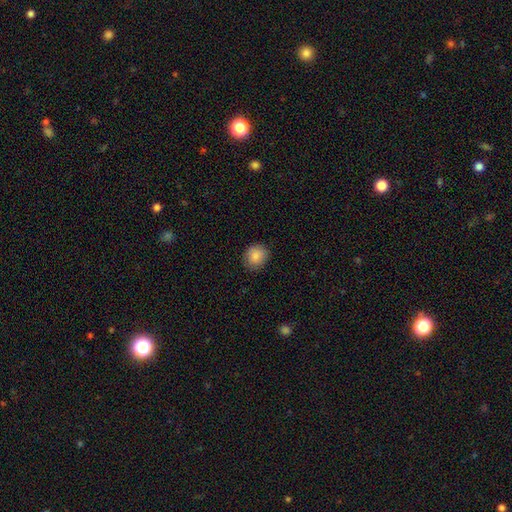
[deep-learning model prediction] smooth 87%, star or artifact 8%, featured or disk 4%. Down the decision tree: how rounded — round (78%); merging — none (88%).